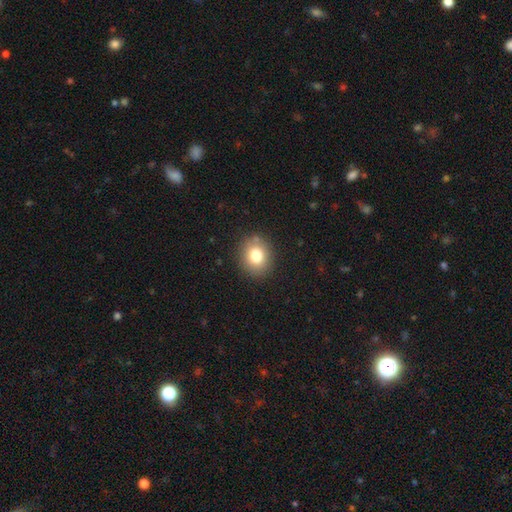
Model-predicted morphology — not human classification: Smooth or featured? smooth (79%)
How rounded? round (69%)
Merging? none (86%)